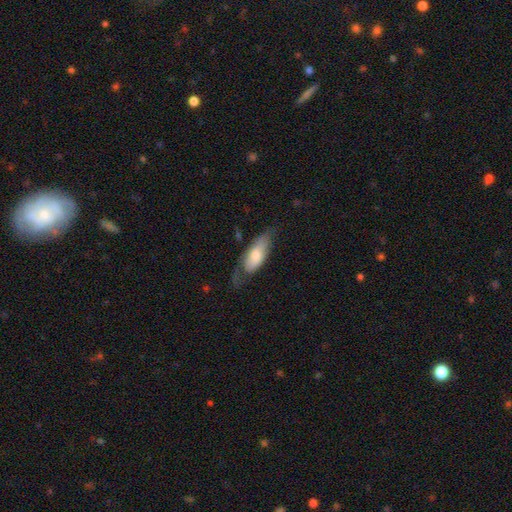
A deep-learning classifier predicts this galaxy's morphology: The model was most divided on "merging": none: 45%, minor disturbance: 32%, major disturbance: 21%, merger: 2%. More confident: how rounded — in between (80%); smooth or featured — smooth (65%).